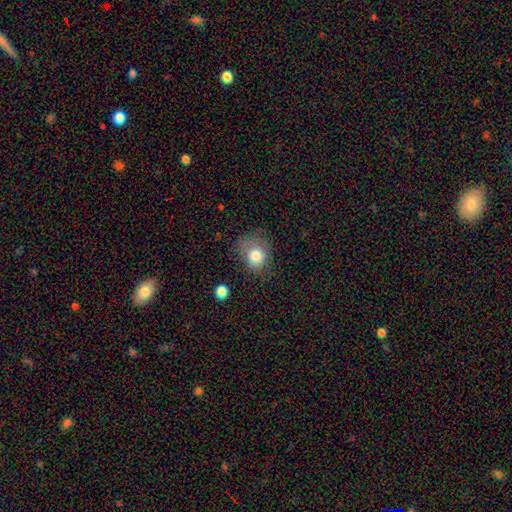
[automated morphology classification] Smooth or featured?
  - smooth: 79% *
  - featured or disk: 12%
  - star or artifact: 10%
How rounded?
  - round: 61% *
  - in between: 38%
  - cigar-shaped: 1%
Merging?
  - none: 47% *
  - minor disturbance: 30%
  - major disturbance: 20%
  - merger: 3%